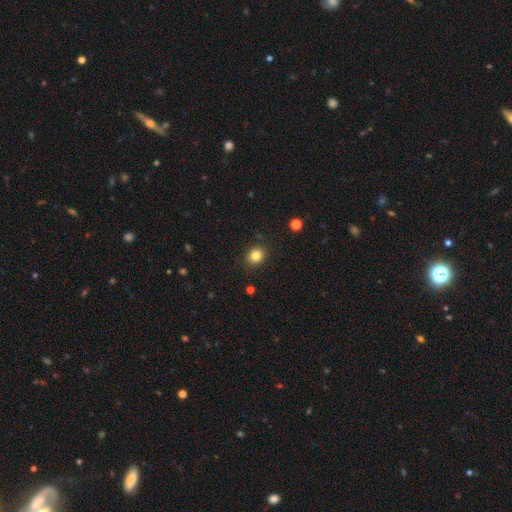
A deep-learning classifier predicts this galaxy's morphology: The model was most divided on "how rounded": round: 76%, in between: 23%, cigar-shaped: 1%. More confident: merging — none (90%); smooth or featured — smooth (83%).